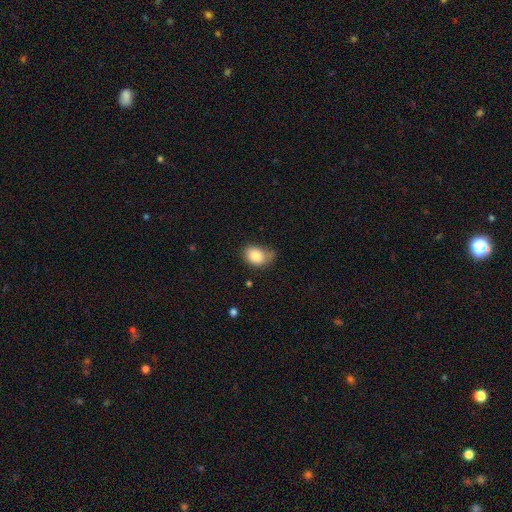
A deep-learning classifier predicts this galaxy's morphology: Q: Smooth or featured?
A: smooth (84%); runner-up: star or artifact (9%)
Q: How rounded?
A: in between (67%); runner-up: round (32%)
Q: Merging?
A: none (50%); runner-up: minor disturbance (34%)